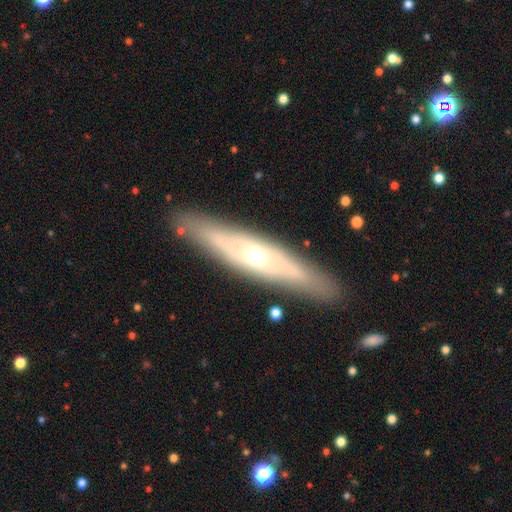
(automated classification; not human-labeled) The model was most divided on "edge-on disk": yes: 58%, no: 42%. More confident: merging — none (86%); smooth or featured — featured or disk (70%).